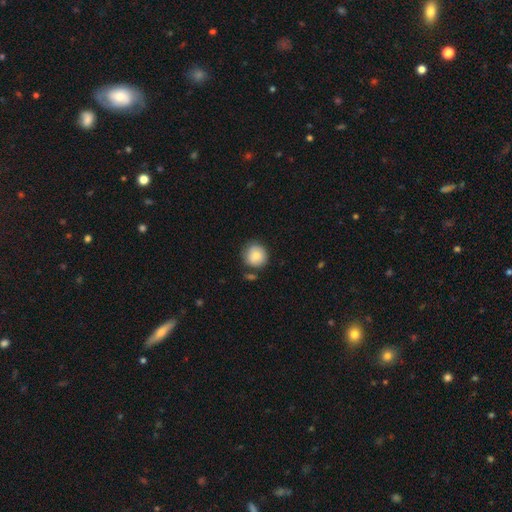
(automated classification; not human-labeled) Smooth or featured: smooth — 80% (featured or disk — 13%)
How rounded: round — 91% (in between — 8%)
Merging: none — 75% (minor disturbance — 15%)